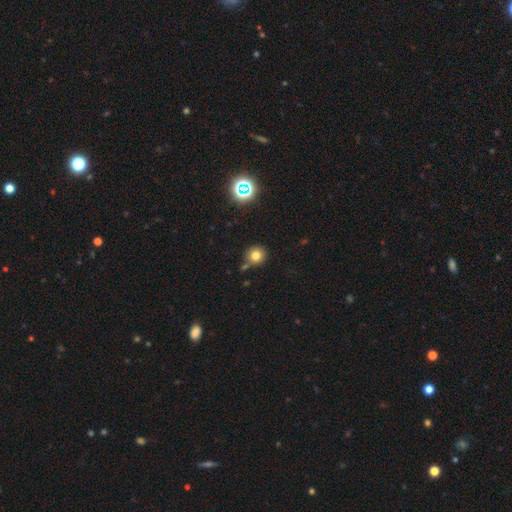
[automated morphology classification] This is likely a smooth galaxy (76%). How rounded: clearly round (92%). Merging: likely none (76%).